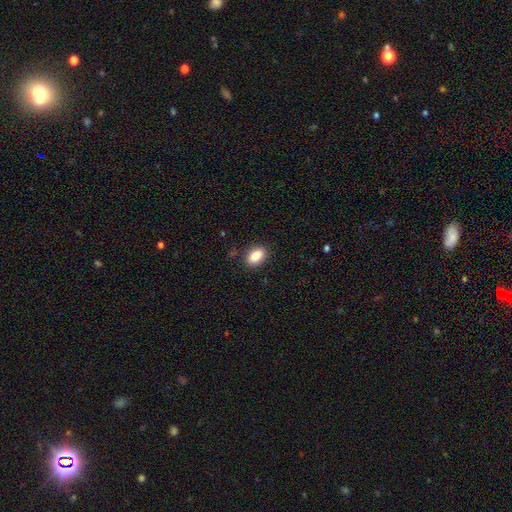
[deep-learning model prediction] smooth-or-featured: smooth: 87% | star or artifact: 8% | featured or disk: 5%
  how-rounded: in between: 88% | round: 11% | cigar-shaped: 2%
  merging: none: 87% | minor disturbance: 9% | major disturbance: 2% | merger: 1%